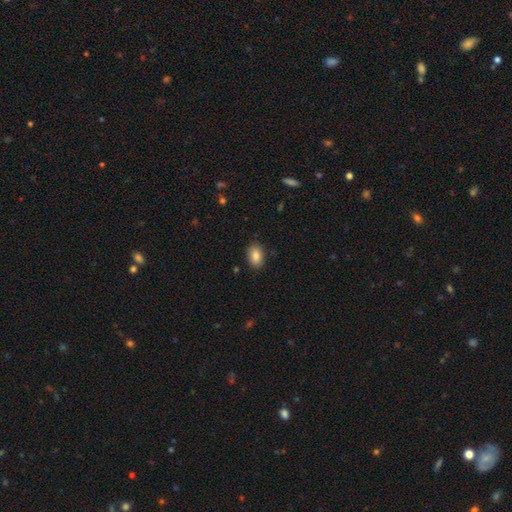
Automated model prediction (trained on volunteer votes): A smooth galaxy with no disk features (86%) that is in between round and cigar-shaped (87%).

Vote fractions:
- Smooth or featured? smooth: 86% / star or artifact: 8% / featured or disk: 7%
- How rounded? in between: 87% / round: 12% / cigar-shaped: 1%
- Merging? none: 87% / minor disturbance: 10% / major disturbance: 2% / merger: 1%